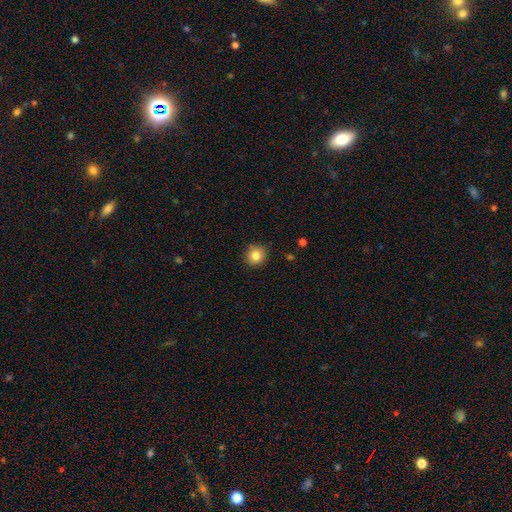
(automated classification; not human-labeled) Smooth or featured?
  - smooth: 83% *
  - star or artifact: 11%
  - featured or disk: 6%
How rounded?
  - round: 87% *
  - in between: 12%
  - cigar-shaped: 1%
Merging?
  - none: 86% *
  - minor disturbance: 10%
  - major disturbance: 2%
  - merger: 2%